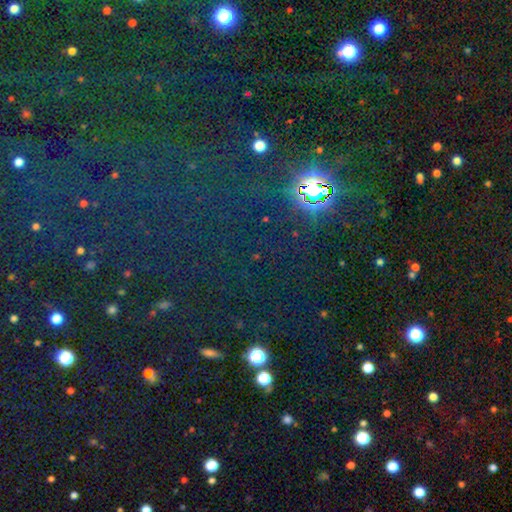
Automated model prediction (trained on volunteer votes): Q: Smooth or featured?
A: star or artifact (79%); runner-up: smooth (14%)